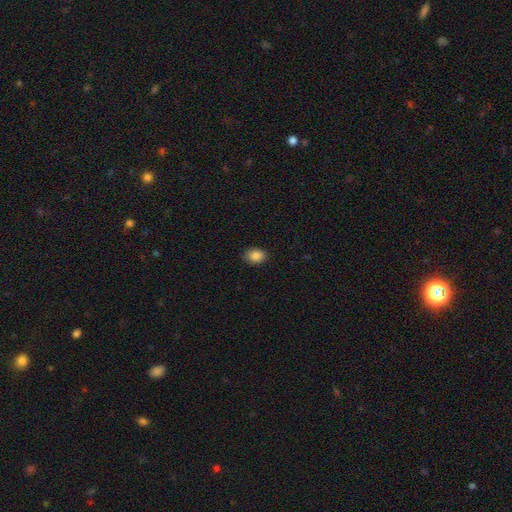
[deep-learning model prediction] Overall: smooth (86%). How rounded: in between (71%). Merging: none (87%).